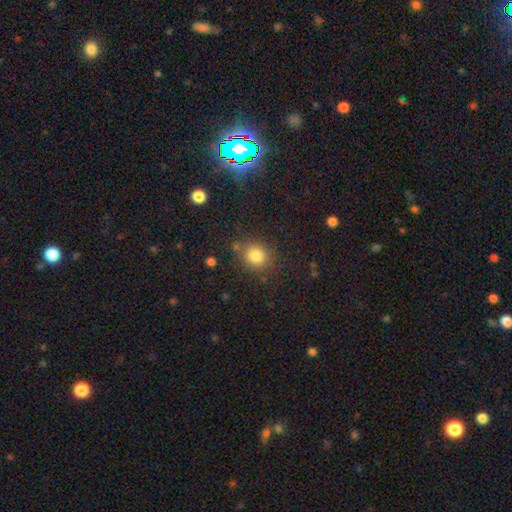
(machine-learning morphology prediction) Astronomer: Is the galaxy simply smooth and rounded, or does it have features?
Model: smooth — 82%.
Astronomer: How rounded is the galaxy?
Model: round — 80%.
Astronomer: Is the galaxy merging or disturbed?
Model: none — 81%.